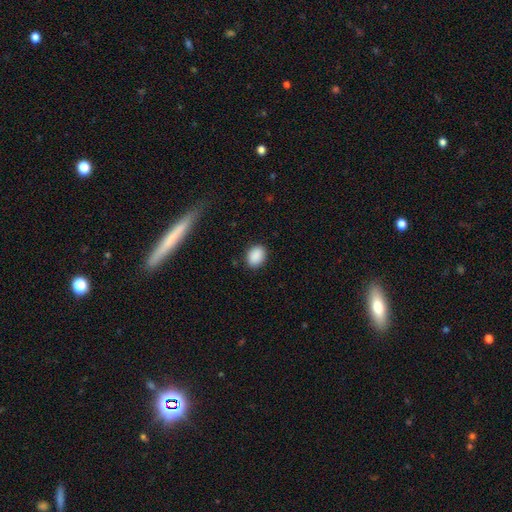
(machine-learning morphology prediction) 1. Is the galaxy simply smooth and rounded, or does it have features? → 89% smooth, 8% star or artifact, 3% featured or disk.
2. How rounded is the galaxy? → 60% in between, 38% round, 1% cigar-shaped.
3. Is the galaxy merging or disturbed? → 87% none, 9% minor disturbance, 3% major disturbance, 1% merger.